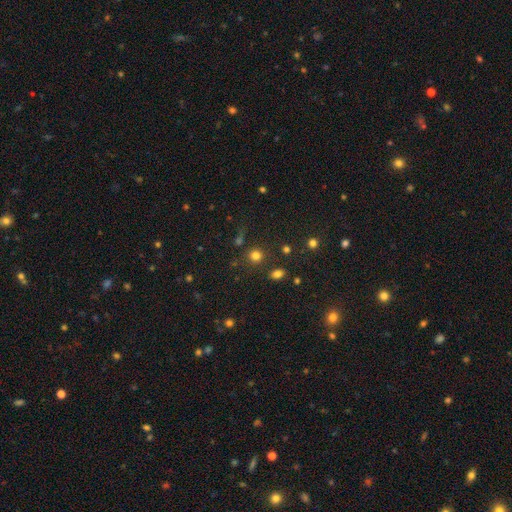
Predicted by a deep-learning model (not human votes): Smooth or featured: smooth — 78% (star or artifact — 17%)
How rounded: round — 84% (in between — 14%)
Merging: none — 81% (minor disturbance — 9%)